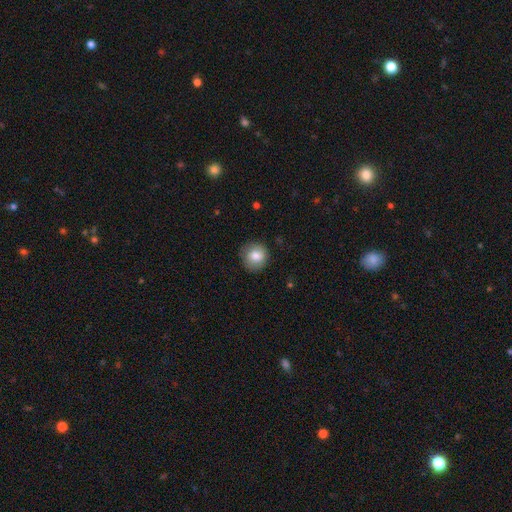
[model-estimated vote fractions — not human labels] Smooth or featured? smooth (82%)
How rounded? round (88%)
Merging? none (81%)